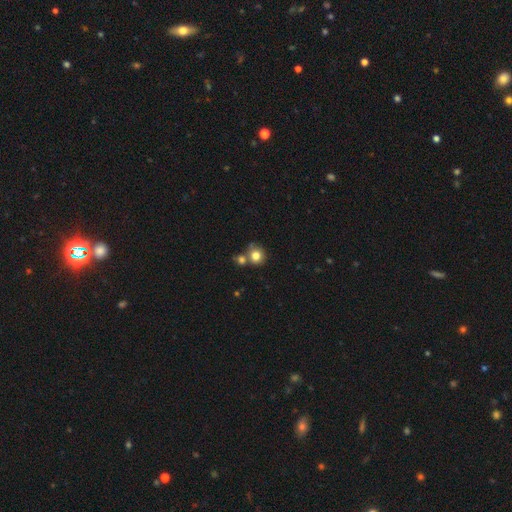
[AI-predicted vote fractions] This appears to be a smooth galaxy with no disk features (80%) that is round (85%). Merging: none (57%).